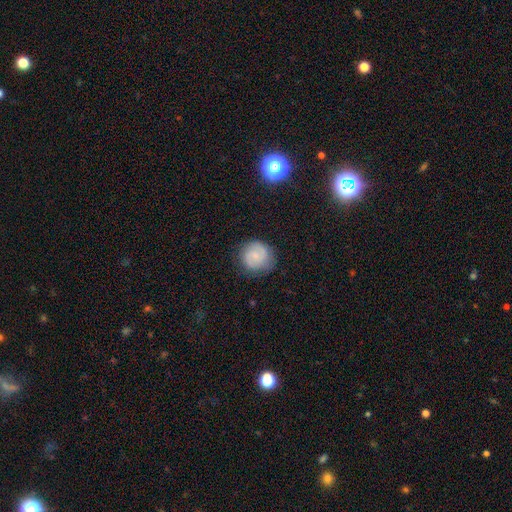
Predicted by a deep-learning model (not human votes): Overall: smooth (53%; featured or disk 40%). How rounded: round (90%). Merging: none (80%).